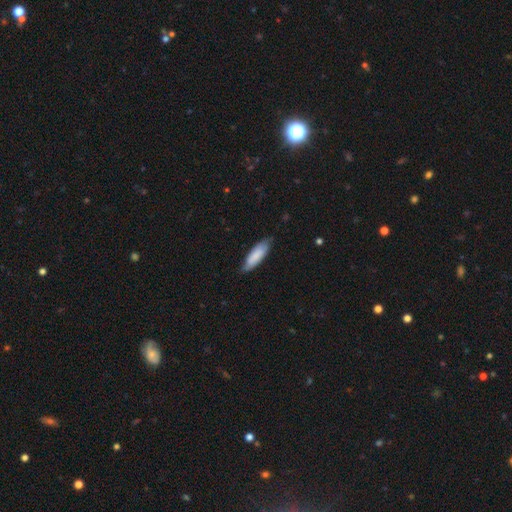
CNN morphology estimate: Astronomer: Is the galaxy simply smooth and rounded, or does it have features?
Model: smooth — 78%.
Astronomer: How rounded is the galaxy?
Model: in between — 55% (runner-up: cigar-shaped, 43%).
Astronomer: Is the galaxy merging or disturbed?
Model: none — 73%.